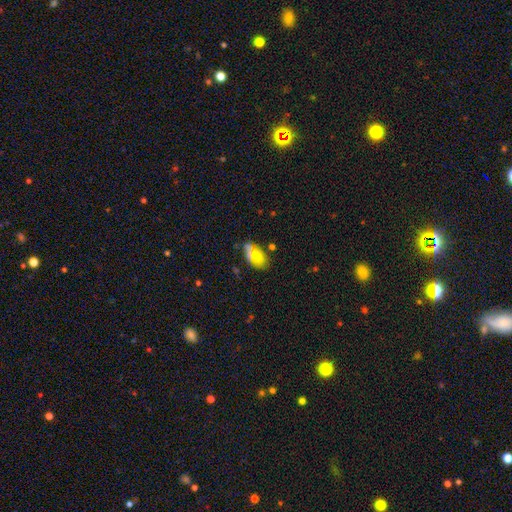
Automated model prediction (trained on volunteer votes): The model was most divided on "merging": none: 59%, minor disturbance: 19%, merger: 14%, major disturbance: 8%. More confident: how rounded — in between (87%); smooth or featured — smooth (67%).